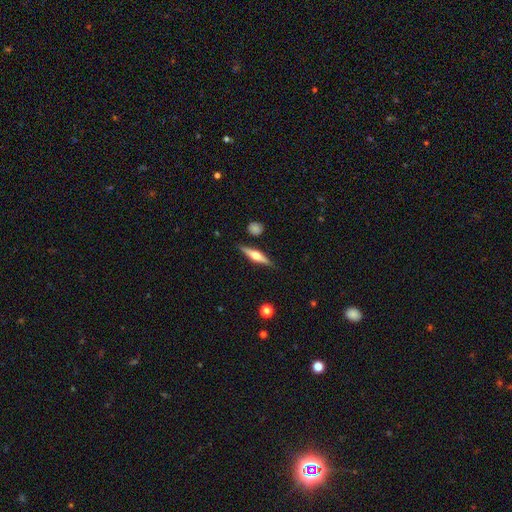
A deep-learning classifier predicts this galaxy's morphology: Smooth or featured?
  - featured or disk: 63% *
  - smooth: 31%
  - star or artifact: 6%
Edge-on disk?
  - yes: 96% *
  - no: 4%
Edge-on bulge?
  - rounded: 93% *
  - boxy: 5%
  - none: 3%
Merging?
  - none: 86% *
  - minor disturbance: 9%
  - merger: 3%
  - major disturbance: 2%